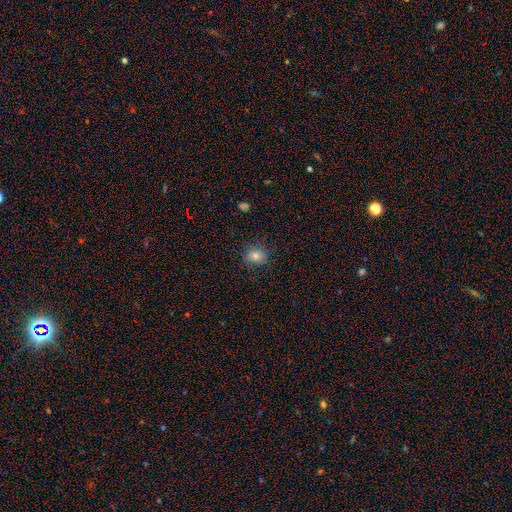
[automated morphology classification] smooth_or_featured: smooth (p=0.78) [alt: star or artifact p=0.13]
how_rounded: round (p=0.59) [alt: in between p=0.40]
merging: none (p=0.84) [alt: minor disturbance p=0.12]